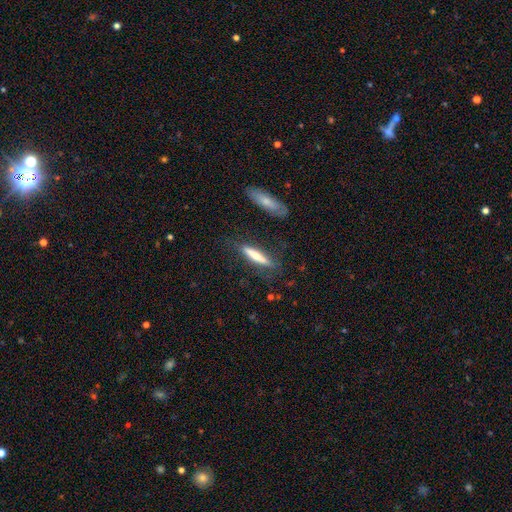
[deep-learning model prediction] smooth_or_featured: smooth (p=0.55) [alt: featured or disk p=0.39]
how_rounded: cigar-shaped (p=0.87) [alt: in between p=0.11]
merging: none (p=0.76) [alt: minor disturbance p=0.15]